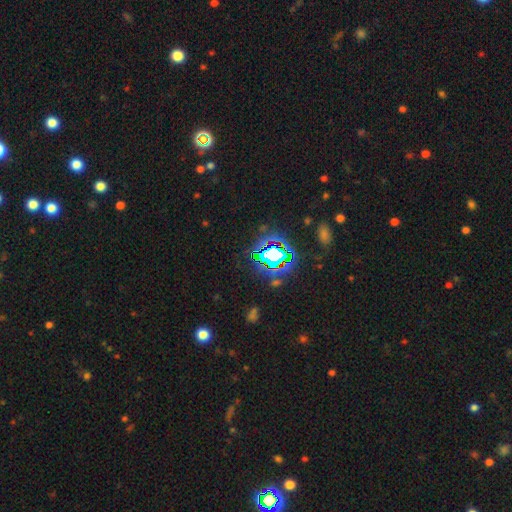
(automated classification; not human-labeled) Q: Smooth or featured?
A: star or artifact (81%); runner-up: smooth (12%)